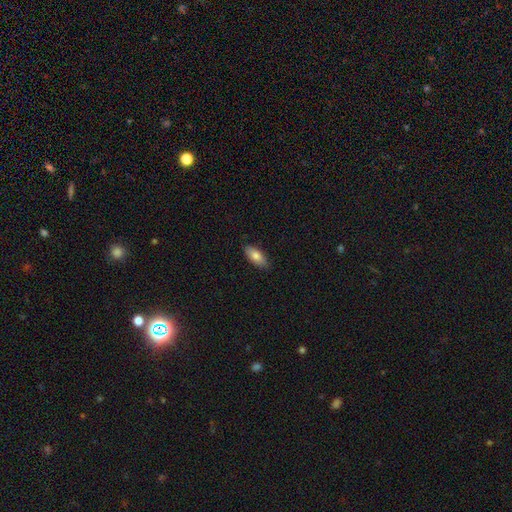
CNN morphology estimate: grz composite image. It shows a smooth galaxy with no disk features (81%) that is in between round and cigar-shaped (85%). Merging: none (87%).